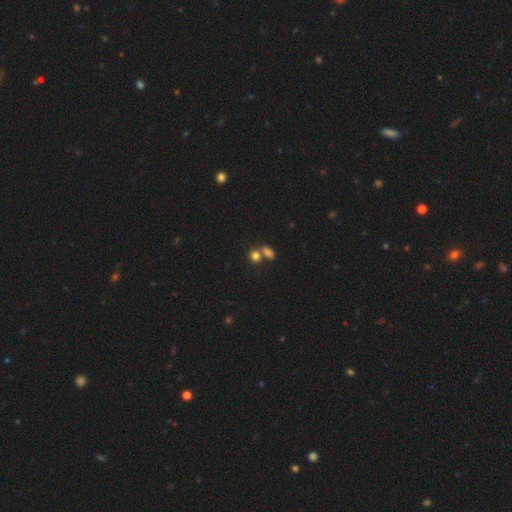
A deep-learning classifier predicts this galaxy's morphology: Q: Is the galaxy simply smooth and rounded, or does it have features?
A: smooth — 79%.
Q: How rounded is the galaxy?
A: round — 61%.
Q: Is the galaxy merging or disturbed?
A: none — 47%.